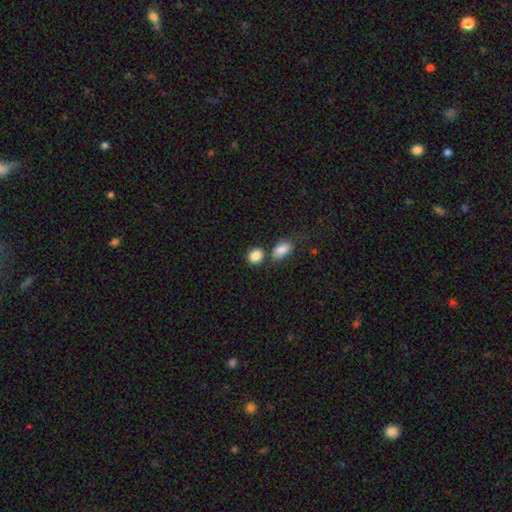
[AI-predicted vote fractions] Smooth or featured: smooth — 87% (star or artifact — 8%)
How rounded: round — 52% (in between — 46%)
Merging: none — 61% (merger — 22%)